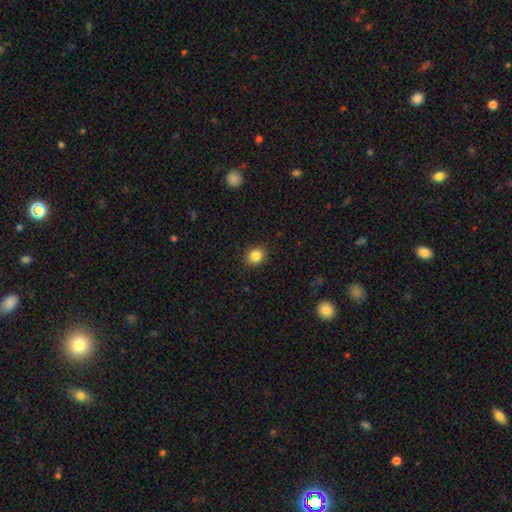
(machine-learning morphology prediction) type=smooth (85%); roundness=round (70%); merging=none (90%).